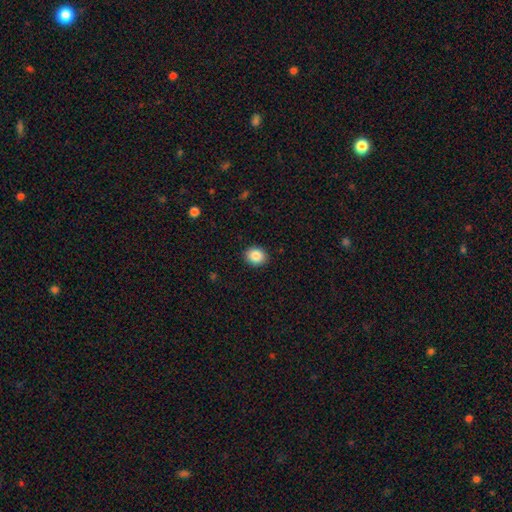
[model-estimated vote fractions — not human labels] Morphology: type=smooth (86%); roundness=round (62%); merging=none (90%).